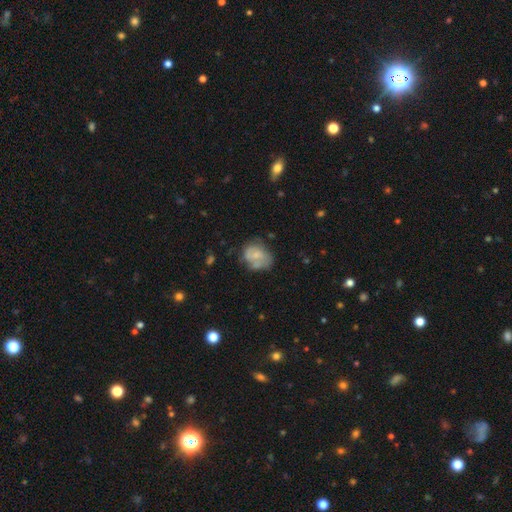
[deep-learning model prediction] This is possibly a smooth galaxy (50%). How rounded: possibly in between (52%). Merging: marginally none (41%).